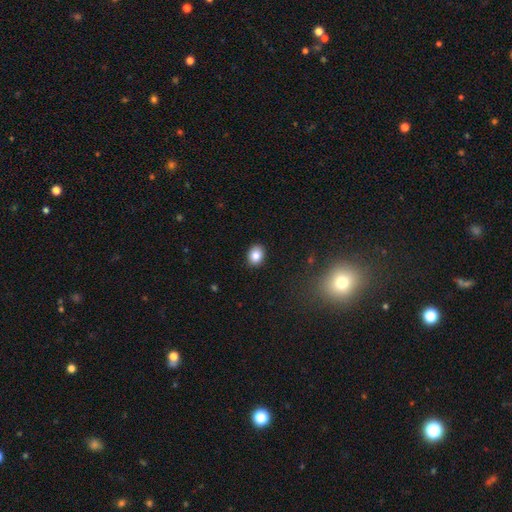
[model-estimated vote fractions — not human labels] A smooth galaxy with no disk features (84%) that is in between round and cigar-shaped (55%). Merging: none (90%).